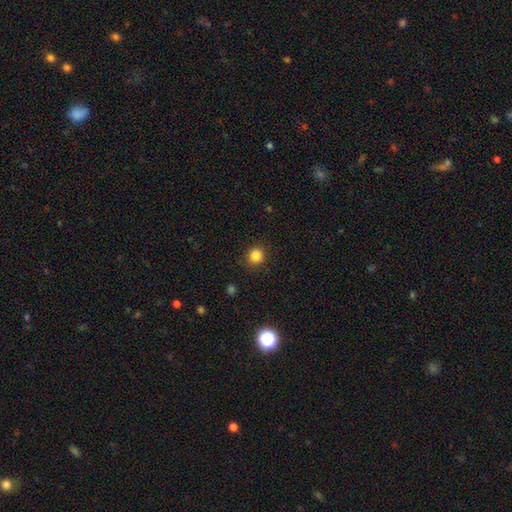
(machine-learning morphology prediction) smooth-or-featured: smooth: 84% | star or artifact: 12% | featured or disk: 4%
  how-rounded: round: 91% | in between: 8% | cigar-shaped: 1%
  merging: none: 89% | minor disturbance: 8% | major disturbance: 3% | merger: 1%